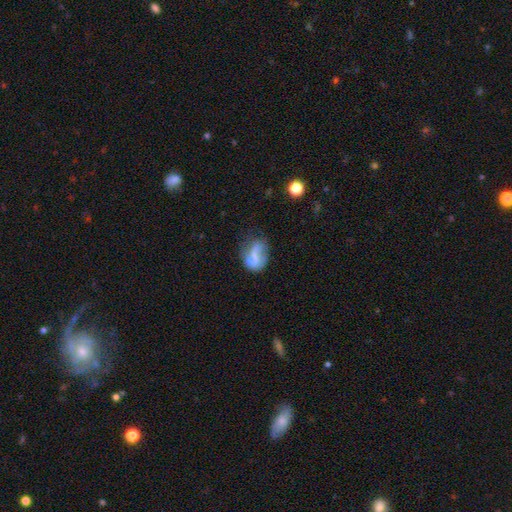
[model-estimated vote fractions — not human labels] Overall: smooth (48%; featured or disk 42%). Merging: none (32%; major disturbance 26%).